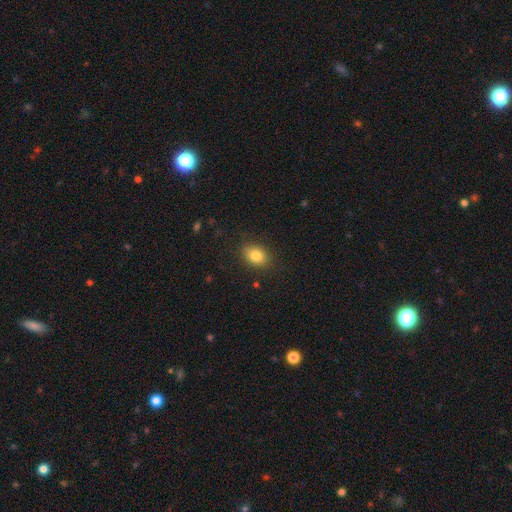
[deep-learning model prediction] Q: Smooth or featured?
A: smooth (83%); runner-up: star or artifact (9%)
Q: How rounded?
A: in between (71%); runner-up: round (28%)
Q: Merging?
A: none (86%); runner-up: minor disturbance (10%)